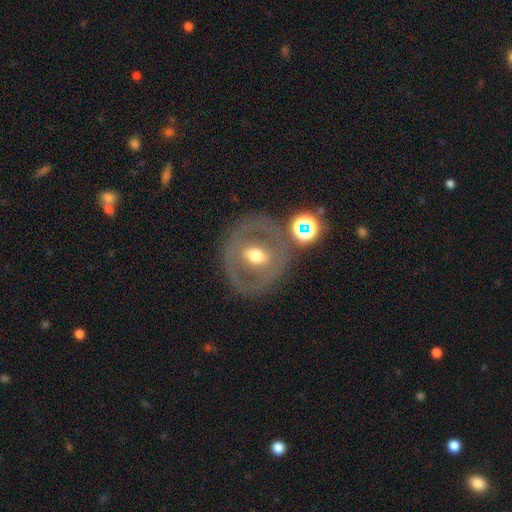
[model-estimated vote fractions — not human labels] The model was most divided on "bar": no: 43%, weak: 31%, strong: 26%. More confident: edge-on disk — no (93%); spiral arms — no (83%); merging — none (74%); bulge size — moderate (70%); smooth or featured — featured or disk (57%).